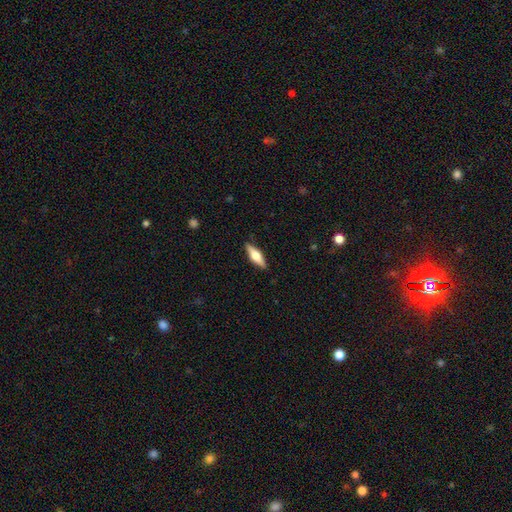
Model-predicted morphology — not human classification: Smooth or featured: featured or disk — 50% (smooth — 44%)
Edge-on disk: yes — 95% (no — 5%)
Merging: none — 89% (minor disturbance — 8%)